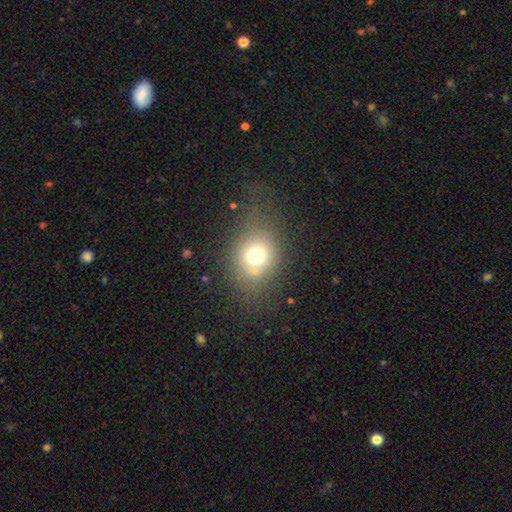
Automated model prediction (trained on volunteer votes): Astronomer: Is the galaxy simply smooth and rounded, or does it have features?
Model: smooth — 67%.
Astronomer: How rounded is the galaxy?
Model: round — 60% (runner-up: in between, 39%).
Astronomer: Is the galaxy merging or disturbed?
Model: none — 63%.